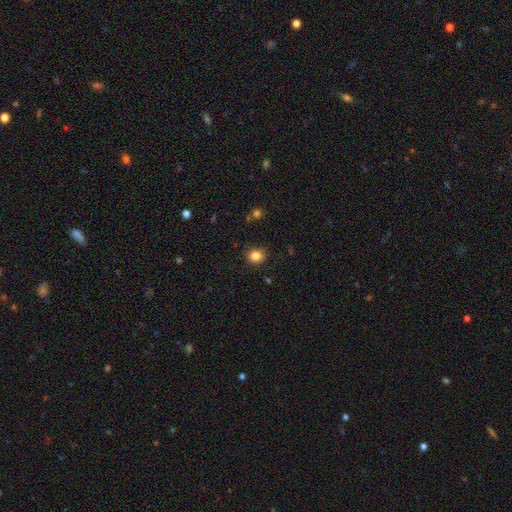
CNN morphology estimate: Q: Smooth or featured?
A: smooth (84%); runner-up: star or artifact (11%)
Q: How rounded?
A: round (67%); runner-up: in between (32%)
Q: Merging?
A: none (85%); runner-up: minor disturbance (11%)